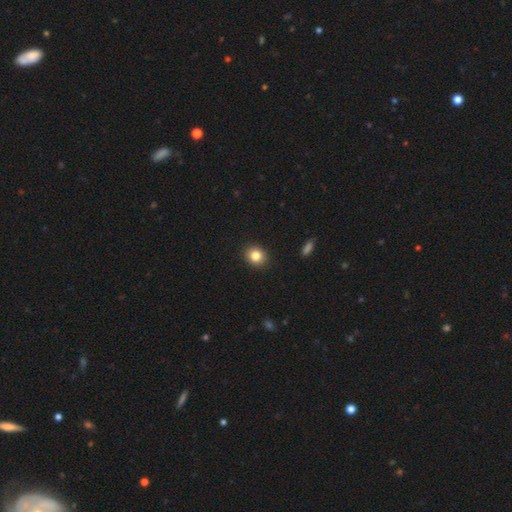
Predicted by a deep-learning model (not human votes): smooth 84%, star or artifact 10%, featured or disk 7%. Down the decision tree: how rounded — round (65%); merging — none (91%).